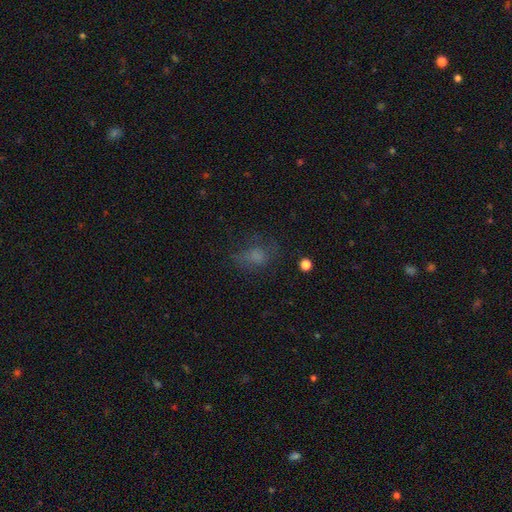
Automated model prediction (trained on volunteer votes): Morphology: type=smooth (63%); roundness=in between (64%); merging=none (53%).